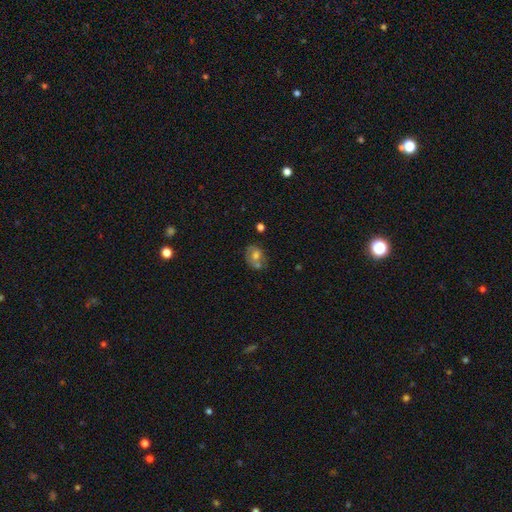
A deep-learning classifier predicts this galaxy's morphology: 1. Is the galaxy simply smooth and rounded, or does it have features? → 52% smooth, 38% featured or disk, 10% star or artifact.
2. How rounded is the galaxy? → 50% in between, 49% round, 1% cigar-shaped.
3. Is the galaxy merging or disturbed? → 48% none, 22% merger, 21% minor disturbance, 9% major disturbance.